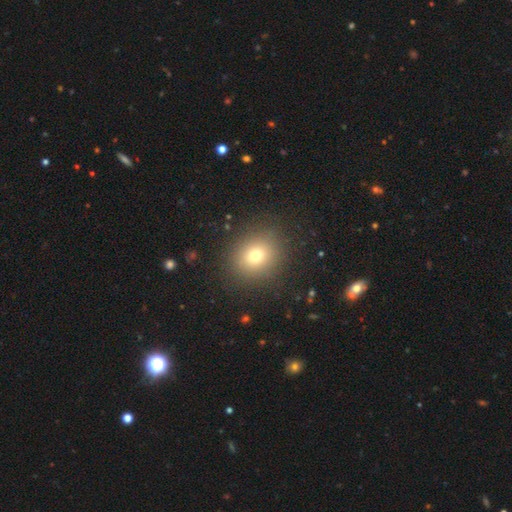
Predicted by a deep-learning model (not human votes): Smooth or featured? Predicted: smooth (p=0.74). How rounded? Predicted: round (p=0.72). Merging? Predicted: none (p=0.88).